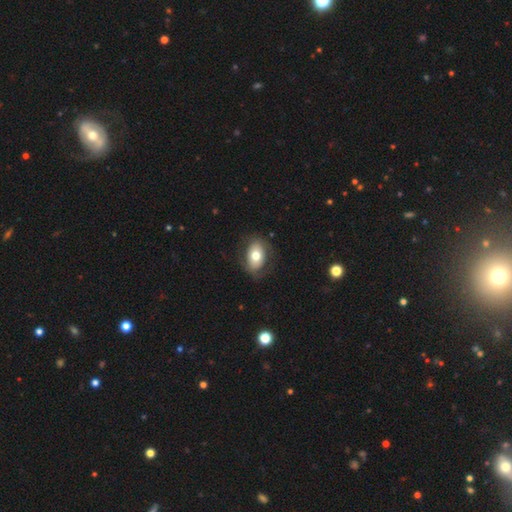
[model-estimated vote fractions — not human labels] Smooth or featured? Predicted: smooth (p=0.65). How rounded? Predicted: in between (p=0.83). Merging? Predicted: none (p=0.74).